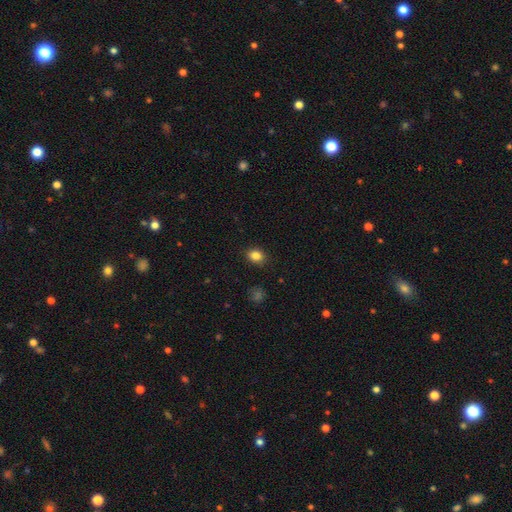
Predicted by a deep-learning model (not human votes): Smooth or featured: smooth — 85% (star or artifact — 10%)
How rounded: in between — 55% (round — 44%)
Merging: none — 88% (minor disturbance — 9%)